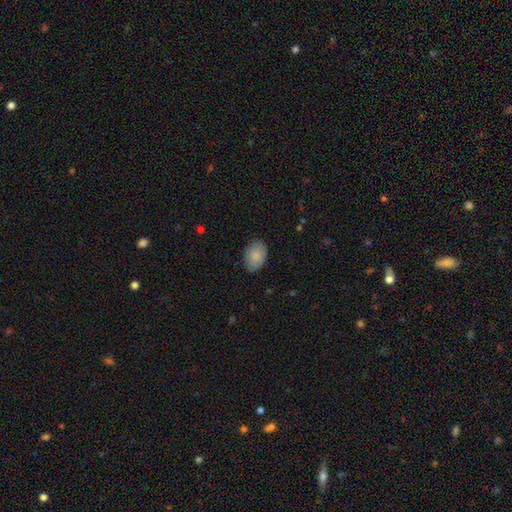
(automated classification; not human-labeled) Overall: smooth (86%). How rounded: in between (86%). Merging: none (83%).